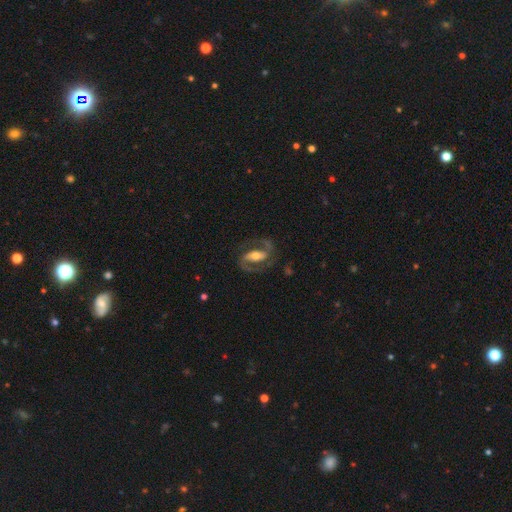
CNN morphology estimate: This appears to be a featured or disk galaxy (88%) with a strong bar (52%), 2 (93%) medium (59%) spiral arms (96%) and a moderate central bulge (62%). Merging: none (79%).